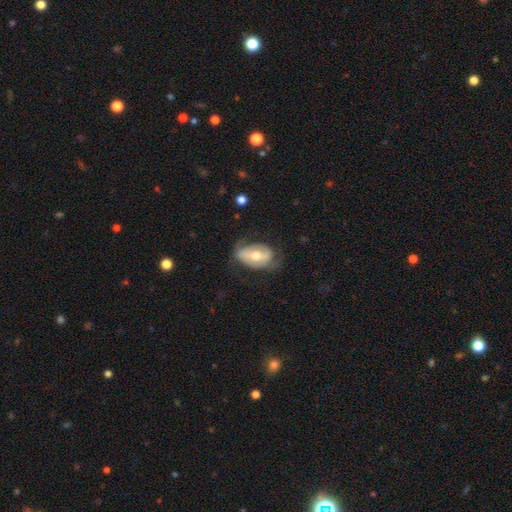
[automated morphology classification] featured or disk 55%, smooth 39%, star or artifact 6%. Down the decision tree: edge-on disk — no (92%); bar — strong (36%); spiral arms — yes (56%); bulge size — moderate (69%); merging — none (54%).